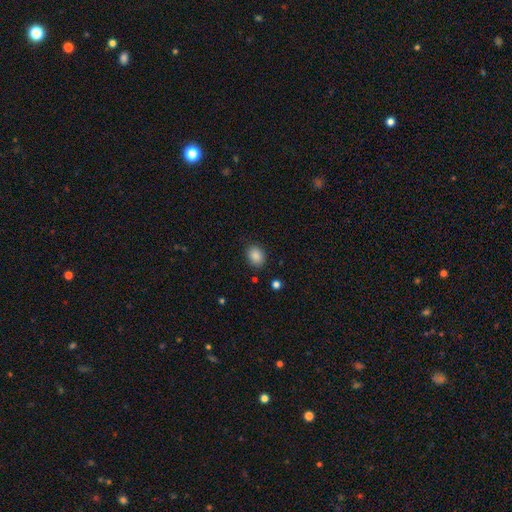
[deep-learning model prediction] smooth_or_featured: smooth (p=0.87) [alt: star or artifact p=0.09]
how_rounded: in between (p=0.54) [alt: round p=0.45]
merging: none (p=0.85) [alt: minor disturbance p=0.10]